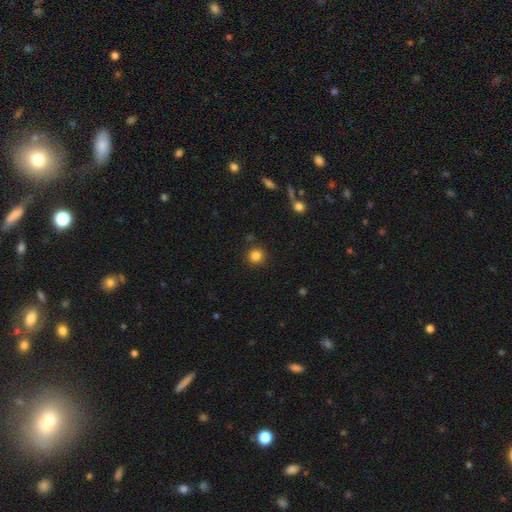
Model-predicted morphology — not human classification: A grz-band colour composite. It shows a smooth galaxy with no disk features (83%) that is round (92%). Merging: none (89%).